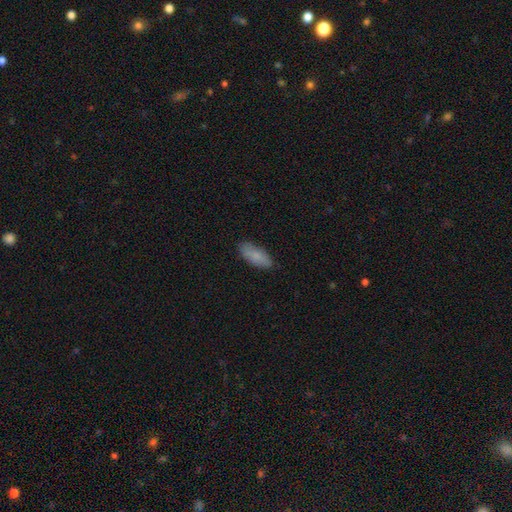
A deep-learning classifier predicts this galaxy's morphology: This appears to be a smooth galaxy with no disk features (84%) that is in between round and cigar-shaped (79%). Merging: none (85%).